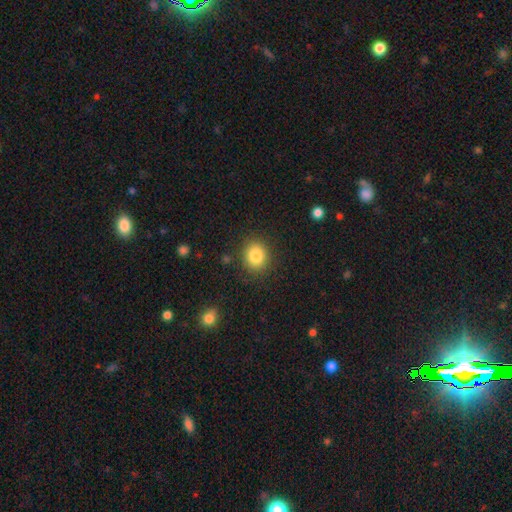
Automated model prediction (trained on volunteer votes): This is clearly a smooth galaxy (84%). How rounded: likely round (75%). Merging: clearly none (86%).